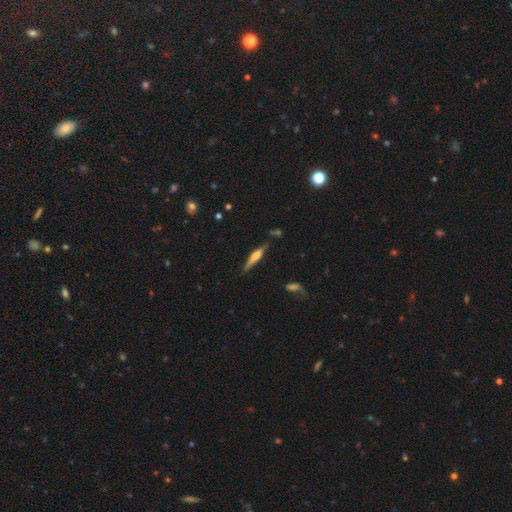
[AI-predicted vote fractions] featured or disk 53%, smooth 40%, star or artifact 7%. Down the decision tree: edge-on disk — yes (95%); edge-on bulge — rounded (71%); merging — none (74%).